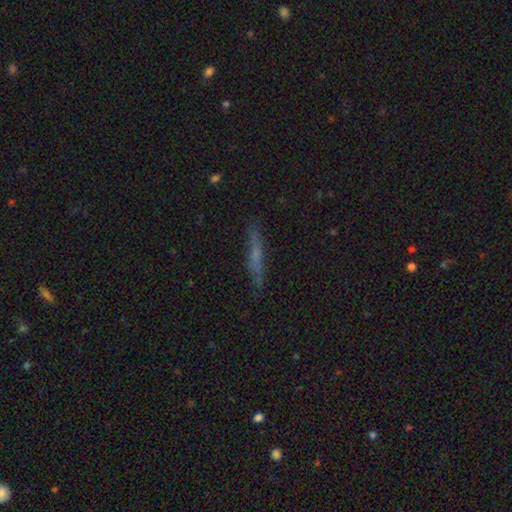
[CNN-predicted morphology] Smooth or featured? Predicted: featured or disk (p=0.46). Merging? Predicted: none (p=0.85).